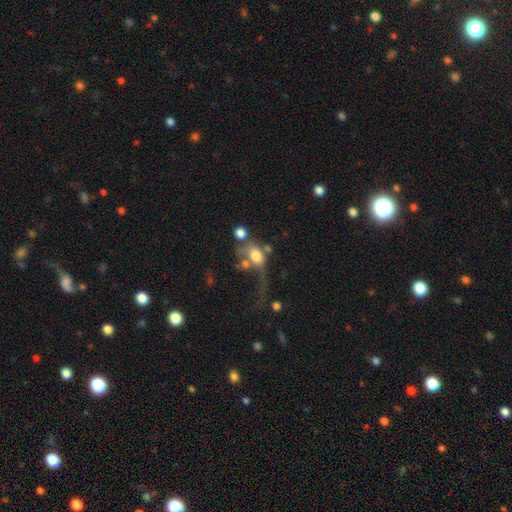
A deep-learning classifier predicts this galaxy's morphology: This appears to be a smooth galaxy with no disk features (61%) that is in between round and cigar-shaped (64%). Merging: major disturbance (42%).